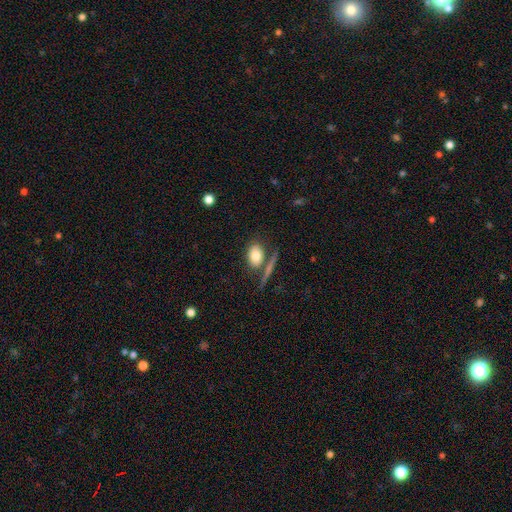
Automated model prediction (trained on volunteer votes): A smooth galaxy with no disk features (77%) that is in between round and cigar-shaped (77%).

Vote fractions:
- Smooth or featured? smooth: 77% / featured or disk: 15% / star or artifact: 8%
- How rounded? in between: 77% / round: 20% / cigar-shaped: 3%
- Merging? none: 61% / merger: 20% / minor disturbance: 14% / major disturbance: 6%